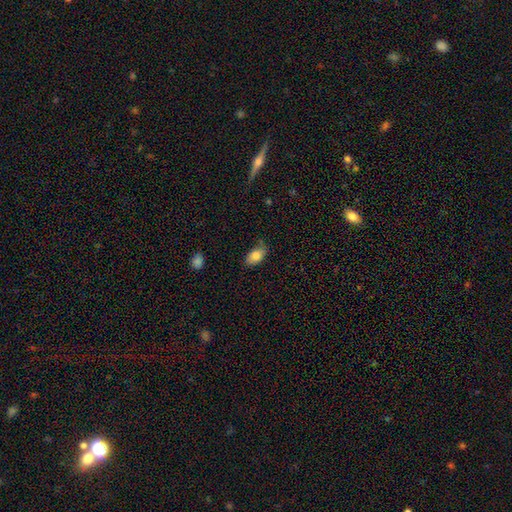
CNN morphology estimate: Q: Smooth or featured?
A: smooth (81%); runner-up: featured or disk (11%)
Q: How rounded?
A: in between (91%); runner-up: round (6%)
Q: Merging?
A: none (67%); runner-up: minor disturbance (26%)